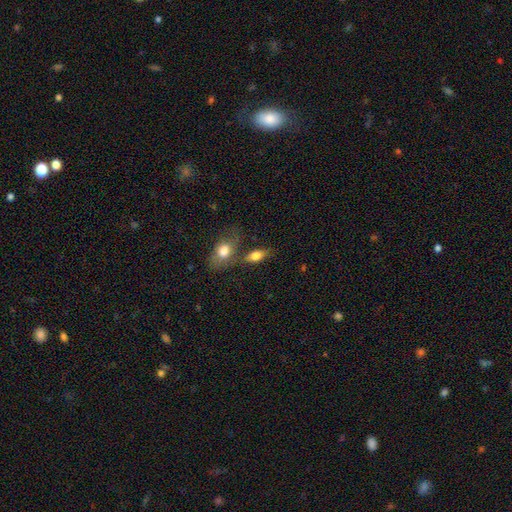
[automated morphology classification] Smooth or featured?
  - smooth: 78% *
  - featured or disk: 15%
  - star or artifact: 8%
How rounded?
  - in between: 85% *
  - round: 8%
  - cigar-shaped: 8%
Merging?
  - none: 55% *
  - merger: 27%
  - minor disturbance: 14%
  - major disturbance: 5%